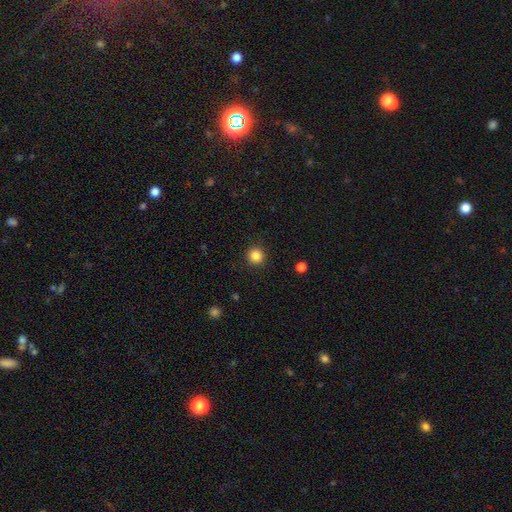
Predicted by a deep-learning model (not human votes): This appears to be a smooth galaxy with no disk features (85%) that is round (94%). Merging: none (92%).